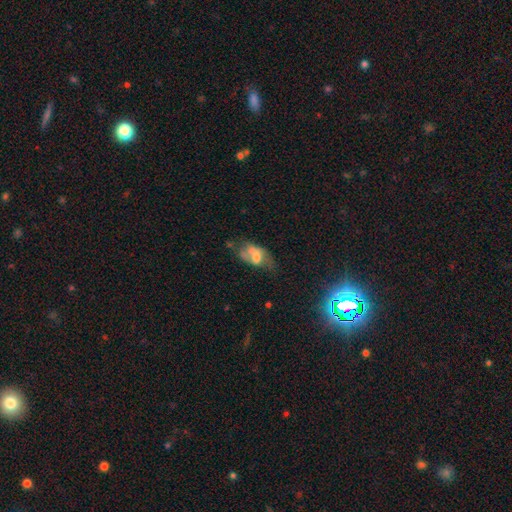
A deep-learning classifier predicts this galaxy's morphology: smooth 50%, featured or disk 40%, star or artifact 11%. Down the decision tree: merging — none (31%).